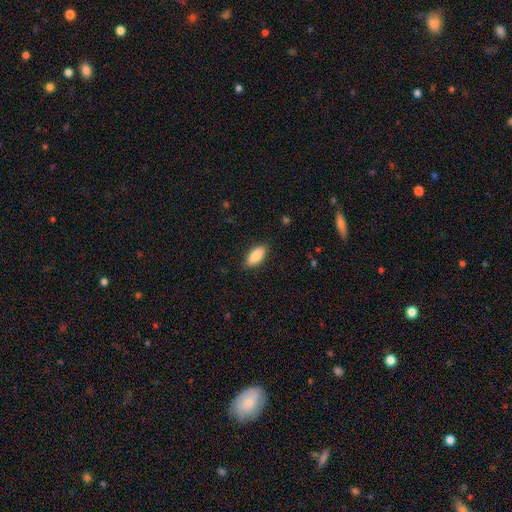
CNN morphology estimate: smooth 86%, featured or disk 8%, star or artifact 6%. Down the decision tree: how rounded — in between (85%); merging — none (86%).